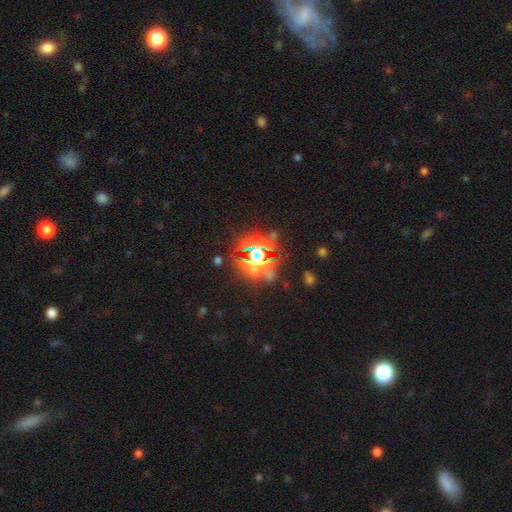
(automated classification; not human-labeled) A star or artifact, not a galaxy (72%).

Vote fractions:
- Smooth or featured? star or artifact: 72% / smooth: 16% / featured or disk: 12%